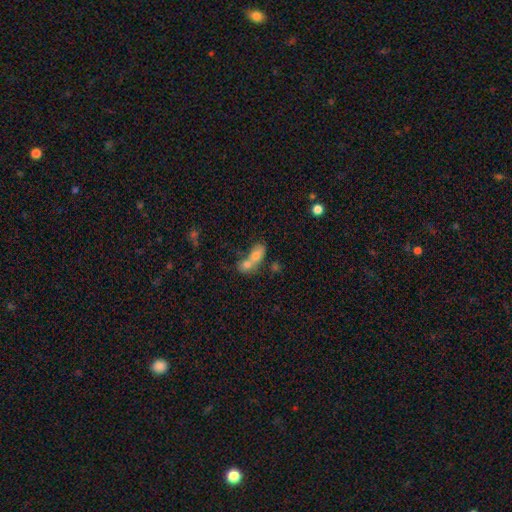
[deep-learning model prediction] Q: Smooth or featured?
A: smooth (70%); runner-up: featured or disk (19%)
Q: How rounded?
A: in between (74%); runner-up: round (19%)
Q: Merging?
A: merger (72%); runner-up: none (17%)